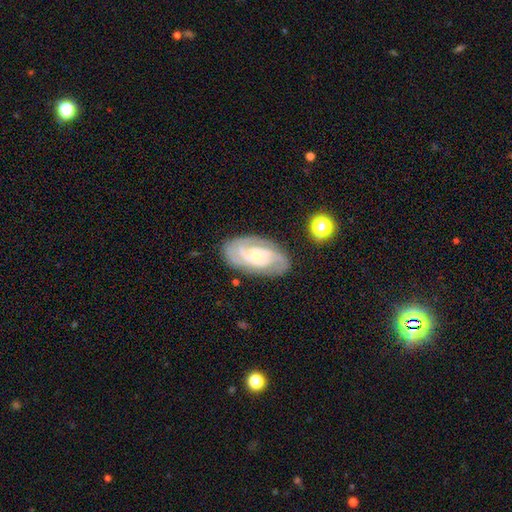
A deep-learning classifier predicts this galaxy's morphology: type=featured or disk (84%); edge-on=no (96%); bar=no (62%); spiral arms=yes (96%); winding=tight (57%); arm count=2 (45%); bulge=small (66%); merging=none (79%).